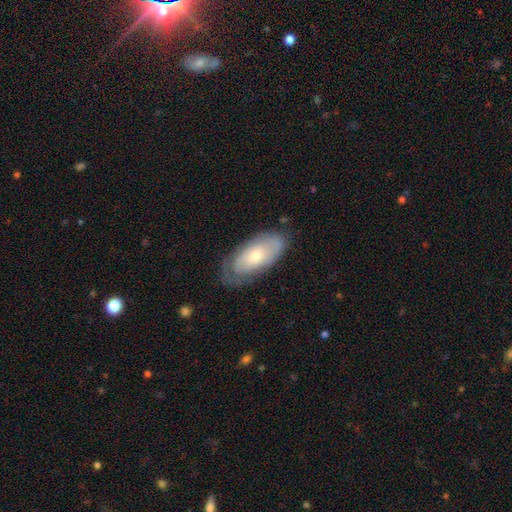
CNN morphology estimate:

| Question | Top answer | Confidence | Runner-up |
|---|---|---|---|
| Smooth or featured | smooth | 51% | featured or disk (43%) |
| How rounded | in between | 90% | cigar-shaped (7%) |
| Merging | none | 65% | minor disturbance (25%) |